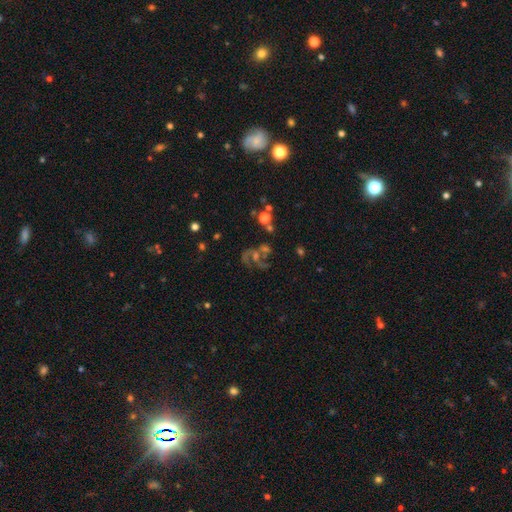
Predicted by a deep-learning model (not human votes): Overall: featured or disk (60%; star or artifact 24%). Edge-on disk: no (97%). Bar: no (64%; weak 28%). Spiral arms: yes (78%). Bulge size: small (39%; moderate 36%). Merging: none (42%; major disturbance 25%).